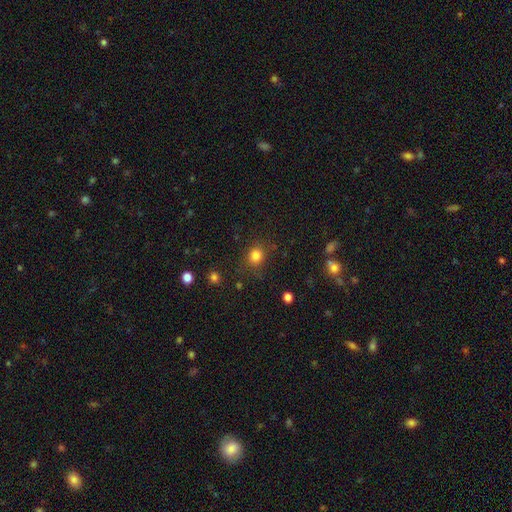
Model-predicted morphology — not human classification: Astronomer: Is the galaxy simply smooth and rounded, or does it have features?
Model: smooth — 82%.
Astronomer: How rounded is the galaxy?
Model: round — 81%.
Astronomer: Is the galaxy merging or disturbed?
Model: none — 81%.